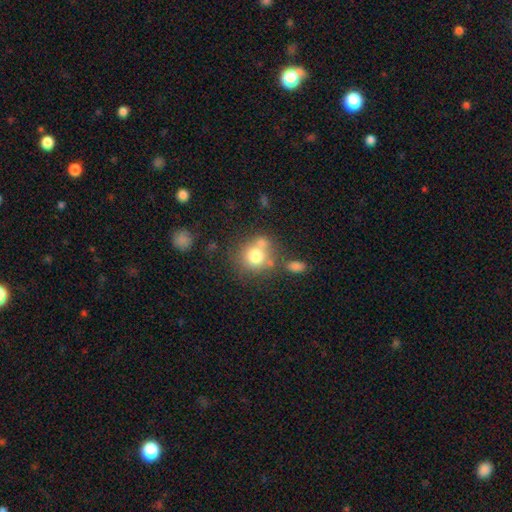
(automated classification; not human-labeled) A smooth galaxy with no disk features (74%) that is round (83%). Merging: none (54%).